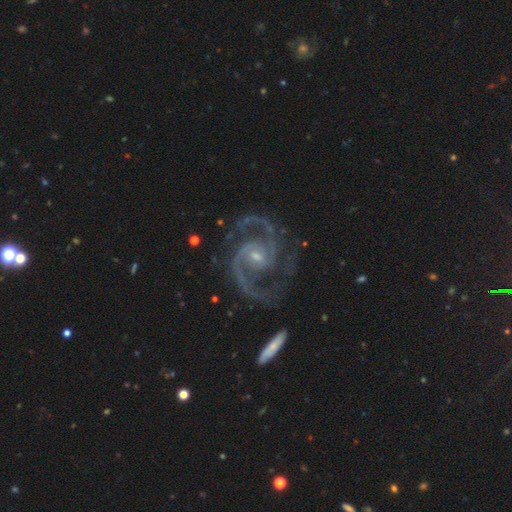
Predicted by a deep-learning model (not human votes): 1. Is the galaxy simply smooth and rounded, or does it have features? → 94% featured or disk, 4% star or artifact, 2% smooth.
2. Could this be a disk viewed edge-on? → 98% no, 2% yes.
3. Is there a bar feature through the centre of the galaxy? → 45% weak, 43% no, 12% strong.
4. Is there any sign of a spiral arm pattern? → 99% yes, 1% no.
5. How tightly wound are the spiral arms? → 64% medium, 22% tight, 14% loose.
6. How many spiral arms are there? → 85% 2, 6% 3, 3% can't tell, 2% 4, 2% 1, 2% more than 4.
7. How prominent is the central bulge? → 60% small, 35% moderate, 2% none, 2% large, 1% dominant.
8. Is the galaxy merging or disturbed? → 74% none, 15% minor disturbance, 9% major disturbance, 2% merger.